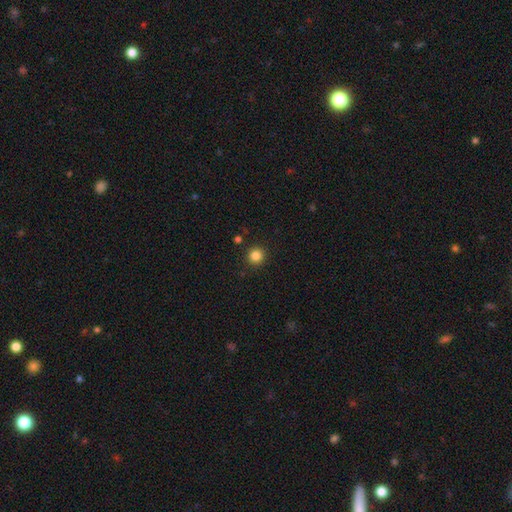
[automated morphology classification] Smooth or featured?
  - smooth: 84% *
  - star or artifact: 12%
  - featured or disk: 4%
How rounded?
  - round: 95% *
  - in between: 4%
  - cigar-shaped: 1%
Merging?
  - none: 91% *
  - minor disturbance: 5%
  - merger: 2%
  - major disturbance: 2%